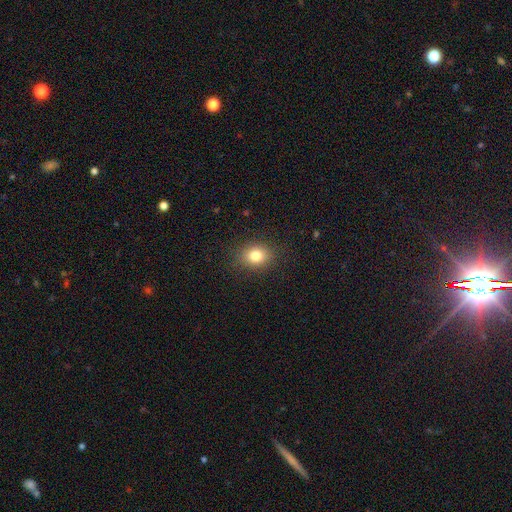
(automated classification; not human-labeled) Overall: smooth (80%). How rounded: round (51%; in between 48%). Merging: none (87%).